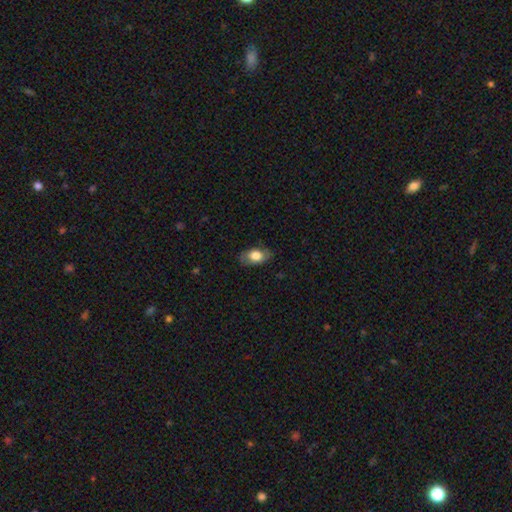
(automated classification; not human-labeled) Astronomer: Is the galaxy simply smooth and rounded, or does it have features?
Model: smooth — 72%.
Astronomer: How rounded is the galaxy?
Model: in between — 90%.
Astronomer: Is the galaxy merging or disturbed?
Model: none — 78%.